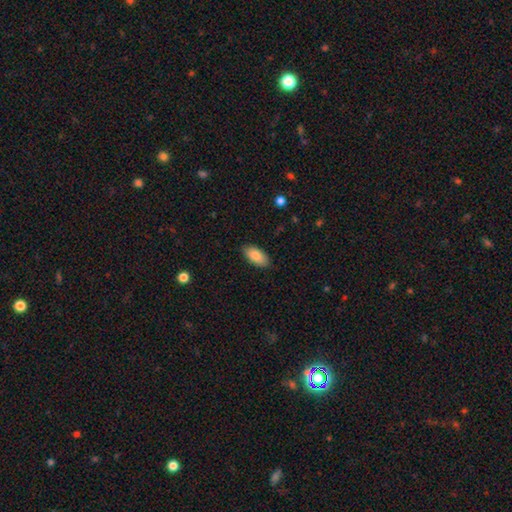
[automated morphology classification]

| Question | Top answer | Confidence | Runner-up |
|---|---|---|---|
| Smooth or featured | smooth | 86% | featured or disk (8%) |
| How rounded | in between | 92% | cigar-shaped (5%) |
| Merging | none | 87% | minor disturbance (10%) |